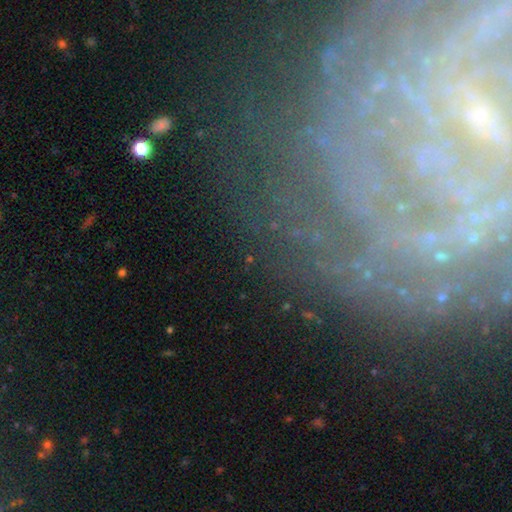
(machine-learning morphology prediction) Smooth or featured? Predicted: featured or disk (p=0.58). Edge-on disk? Predicted: no (p=0.90). Bar? Predicted: no (p=0.51). Spiral arms? Predicted: yes (p=0.69). Bulge size? Predicted: small (p=0.52). Merging? Predicted: none (p=0.71).